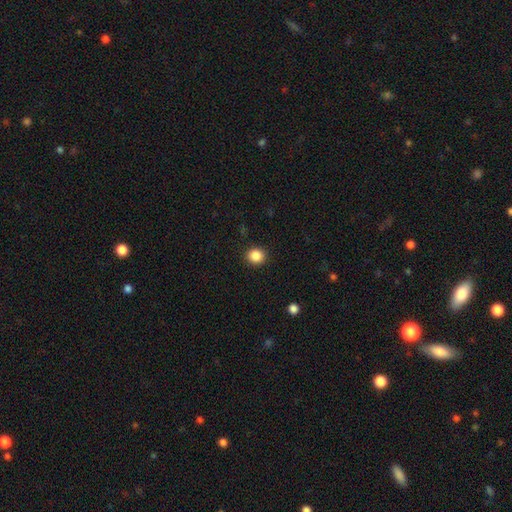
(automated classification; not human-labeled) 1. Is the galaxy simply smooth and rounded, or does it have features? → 87% smooth, 10% star or artifact, 3% featured or disk.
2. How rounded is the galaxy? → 88% round, 11% in between, 1% cigar-shaped.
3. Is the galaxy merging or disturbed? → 91% none, 6% minor disturbance, 2% major disturbance, 1% merger.